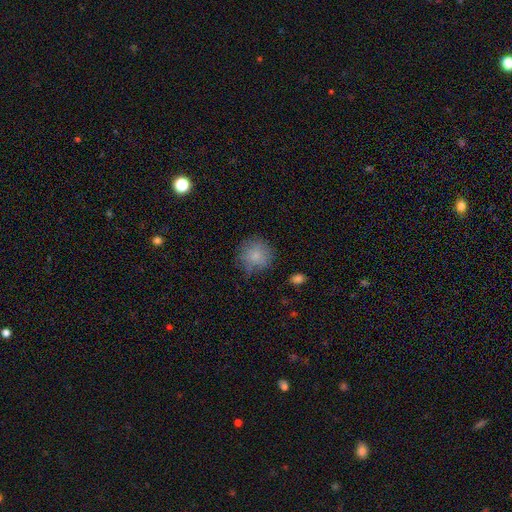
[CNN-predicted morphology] This appears to be a smooth galaxy with no disk features (80%) that is round (91%). Merging: none (71%).